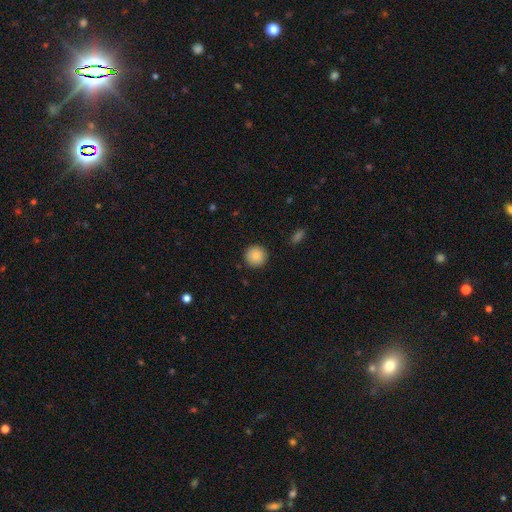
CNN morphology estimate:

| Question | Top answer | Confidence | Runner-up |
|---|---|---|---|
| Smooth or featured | smooth | 88% | star or artifact (8%) |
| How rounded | round | 95% | in between (4%) |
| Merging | none | 91% | minor disturbance (6%) |